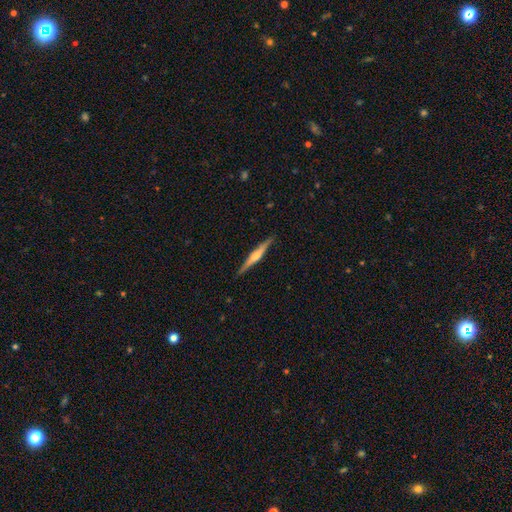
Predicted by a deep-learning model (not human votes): The model was most divided on "smooth or featured": featured or disk: 68%, smooth: 27%, star or artifact: 5%. More confident: edge-on disk — yes (98%); merging — none (90%); edge-on bulge — rounded (80%).